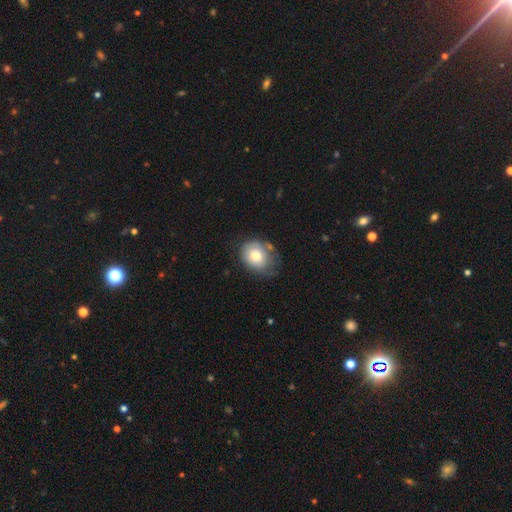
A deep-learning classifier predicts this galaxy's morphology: A smooth galaxy with no disk features (73%) that is in between round and cigar-shaped (51%). Merging: none (53%).